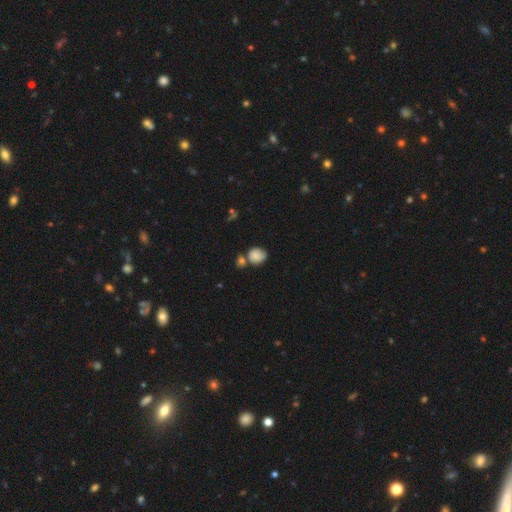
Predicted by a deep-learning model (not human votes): This is clearly a smooth galaxy (80%). How rounded: likely round (65%). Merging: marginally none (45%).